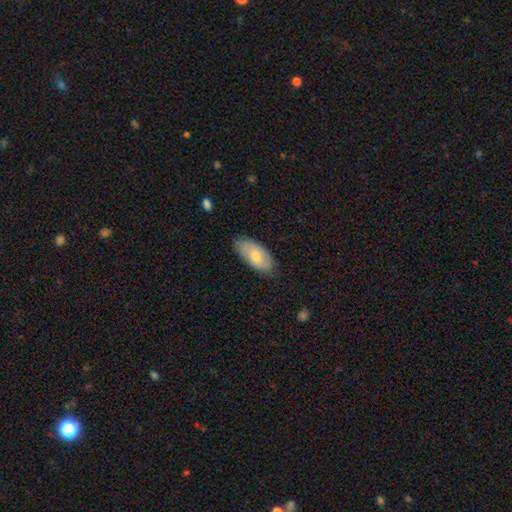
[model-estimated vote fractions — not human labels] Smooth or featured? Predicted: smooth (p=0.71). How rounded? Predicted: in between (p=0.92). Merging? Predicted: none (p=0.78).